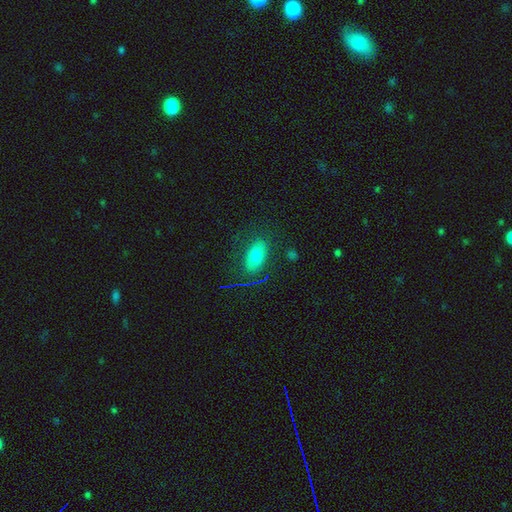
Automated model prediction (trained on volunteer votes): This appears to be a smooth galaxy with no disk features (71%) that is in between round and cigar-shaped (88%). Merging: none (76%).